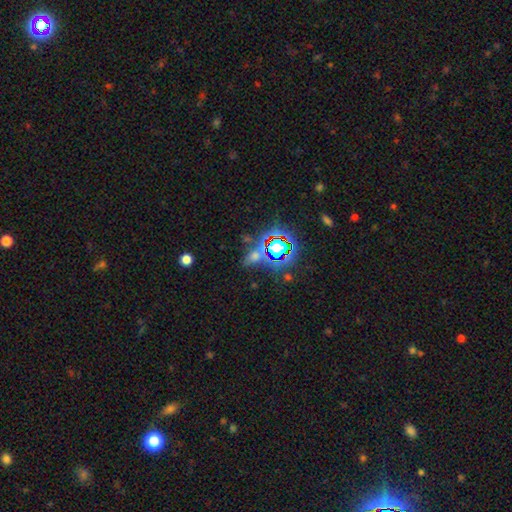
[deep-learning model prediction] A star or artifact, not a galaxy (56%).